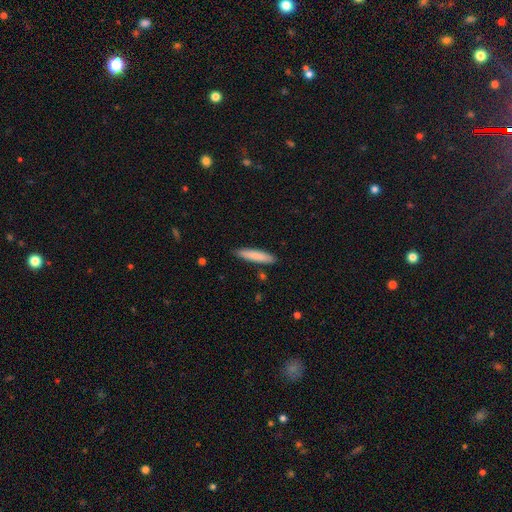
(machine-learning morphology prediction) This is clearly a smooth galaxy (83%). How rounded: clearly cigar-shaped (87%). Merging: clearly none (88%).